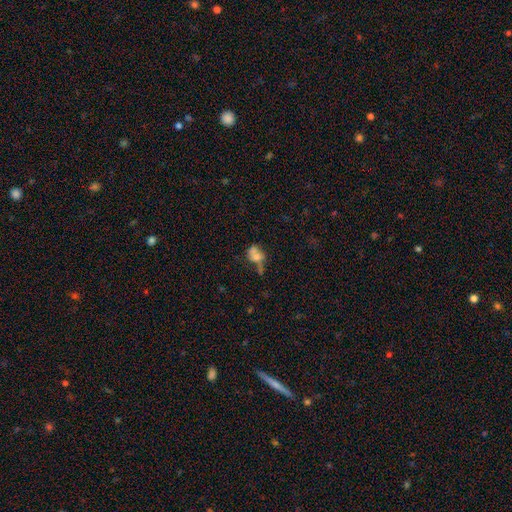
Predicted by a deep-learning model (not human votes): smooth-or-featured: smooth: 58% | featured or disk: 28% | star or artifact: 14%
  how-rounded: in between: 53% | round: 44% | cigar-shaped: 2%
  merging: merger: 45% | none: 25% | minor disturbance: 15% | major disturbance: 15%